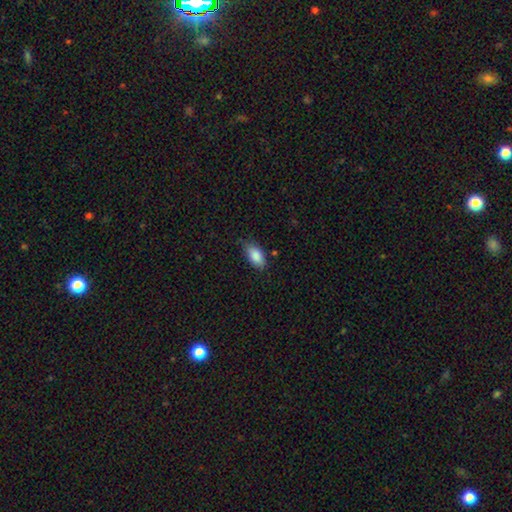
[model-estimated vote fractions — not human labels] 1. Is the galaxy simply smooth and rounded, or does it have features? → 87% smooth, 7% star or artifact, 6% featured or disk.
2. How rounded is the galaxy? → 92% in between, 4% cigar-shaped, 4% round.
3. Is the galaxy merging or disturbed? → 68% none, 26% minor disturbance, 4% major disturbance, 2% merger.